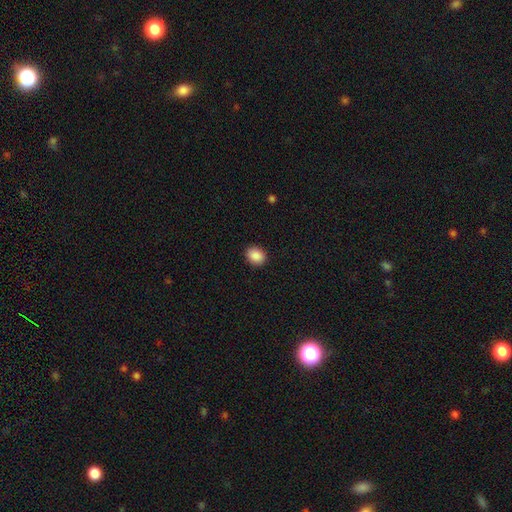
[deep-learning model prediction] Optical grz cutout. It shows a smooth galaxy with no disk features (89%) that is in between round and cigar-shaped (50%). Merging: none (91%).